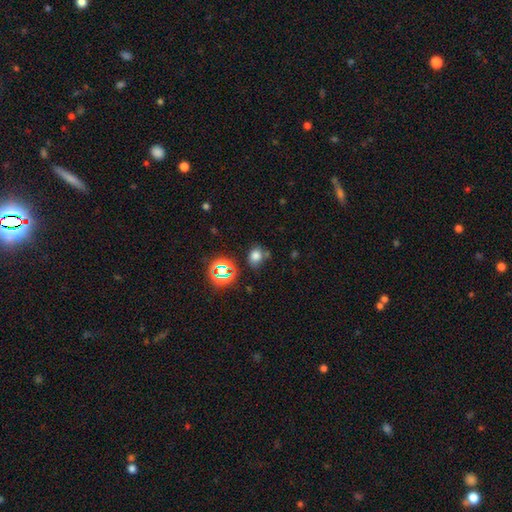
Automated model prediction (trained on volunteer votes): Morphology: type=smooth (69%); roundness=round (55%); merging=none (66%).